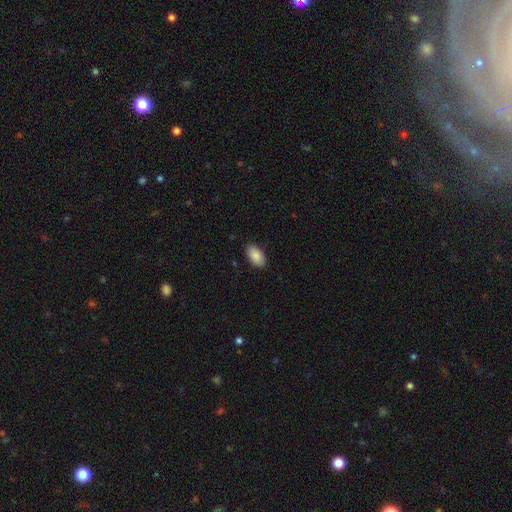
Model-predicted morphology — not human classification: smooth_or_featured: smooth (p=0.89) [alt: star or artifact p=0.06]
how_rounded: in between (p=0.95) [alt: round p=0.03]
merging: none (p=0.89) [alt: minor disturbance p=0.08]